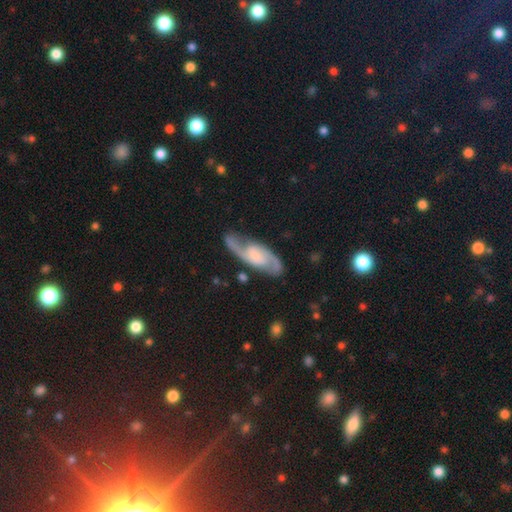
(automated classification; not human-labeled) Q: Smooth or featured?
A: featured or disk (88%); runner-up: smooth (8%)
Q: Edge-on disk?
A: no (94%); runner-up: yes (6%)
Q: Bar?
A: no (44%); runner-up: weak (40%)
Q: Spiral arms?
A: yes (97%); runner-up: no (3%)
Q: Spiral winding?
A: medium (54%); runner-up: loose (27%)
Q: Spiral arm count?
A: 2 (93%); runner-up: can't tell (3%)
Q: Bulge size?
A: small (30%); runner-up: moderate (28%)
Q: Merging?
A: none (79%); runner-up: minor disturbance (14%)